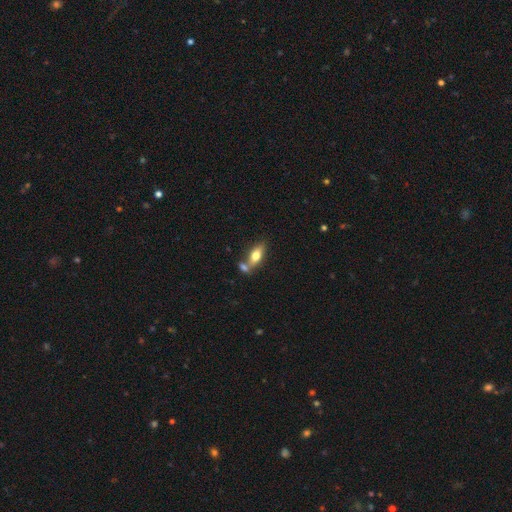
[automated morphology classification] type=smooth (68%); roundness=in between (79%); merging=none (49%).